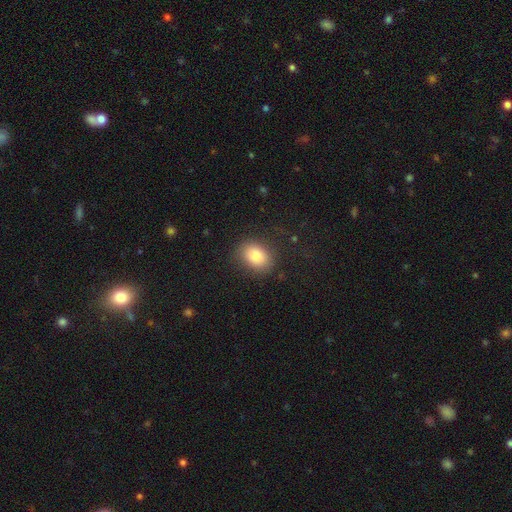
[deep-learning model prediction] This appears to be a smooth galaxy with no disk features (85%) that is in between round and cigar-shaped (70%). Merging: none (81%).